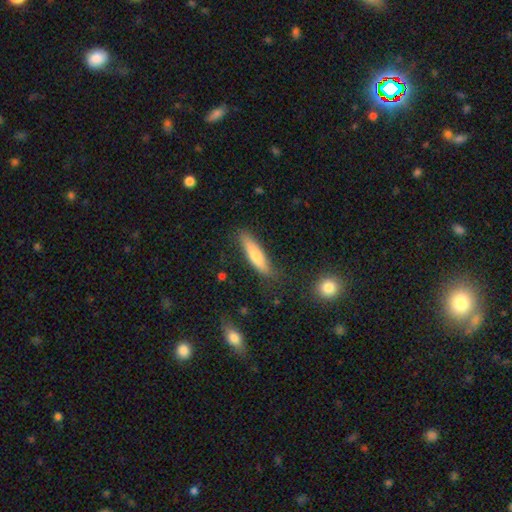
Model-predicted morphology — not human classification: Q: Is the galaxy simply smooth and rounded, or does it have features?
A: smooth — 65%.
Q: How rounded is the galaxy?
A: cigar-shaped — 78%.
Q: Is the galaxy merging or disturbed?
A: none — 82%.